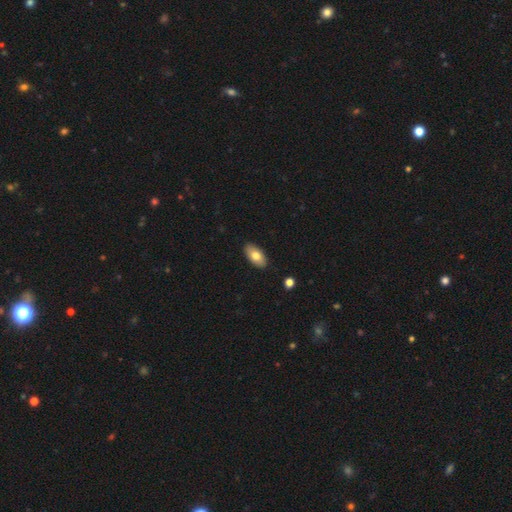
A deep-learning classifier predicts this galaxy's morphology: Overall: smooth (76%). How rounded: in between (94%). Merging: none (89%).